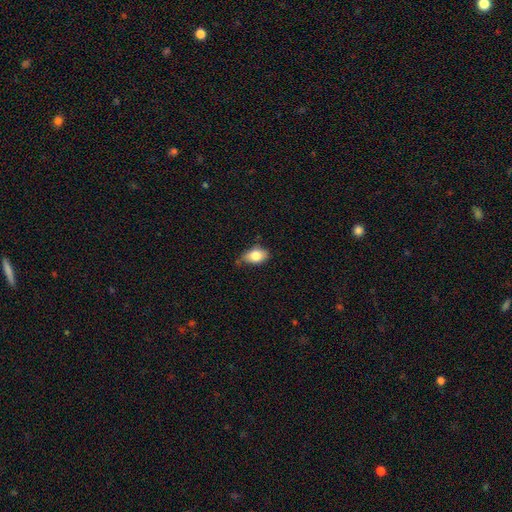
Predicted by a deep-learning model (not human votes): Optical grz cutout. It shows a smooth galaxy with no disk features (80%) that is in between round and cigar-shaped (86%). Merging: none (58%).